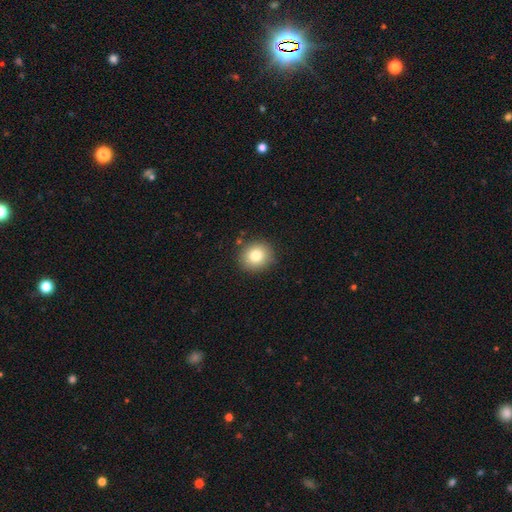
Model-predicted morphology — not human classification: This appears to be a smooth galaxy with no disk features (81%) that is round (82%). Merging: none (88%).